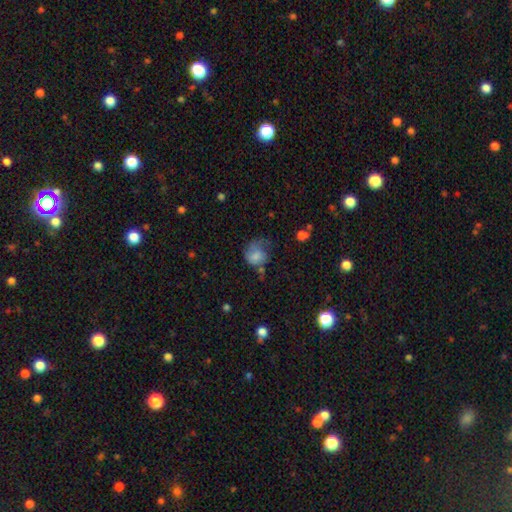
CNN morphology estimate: Smooth or featured?
  - smooth: 69% *
  - featured or disk: 23%
  - star or artifact: 9%
How rounded?
  - round: 64% *
  - in between: 36%
  - cigar-shaped: 1%
Merging?
  - major disturbance: 37% *
  - minor disturbance: 30%
  - none: 29%
  - merger: 4%